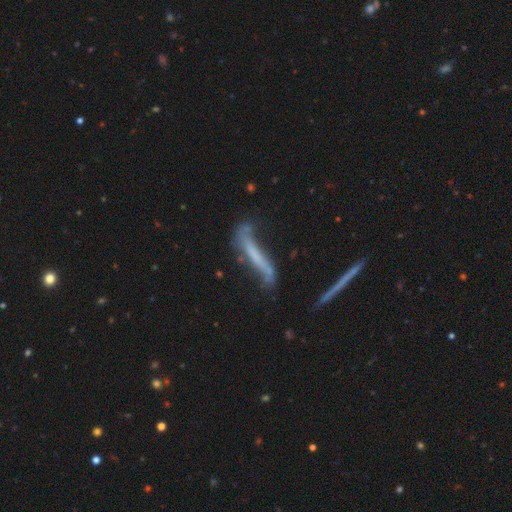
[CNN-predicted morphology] type=featured or disk (55%); edge-on=yes (59%); merging=none (42%).